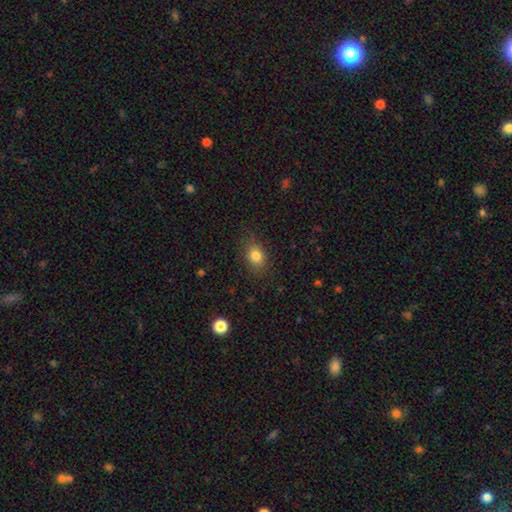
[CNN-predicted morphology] smooth 82%, star or artifact 11%, featured or disk 7%. Down the decision tree: how rounded — in between (62%); merging — none (79%).